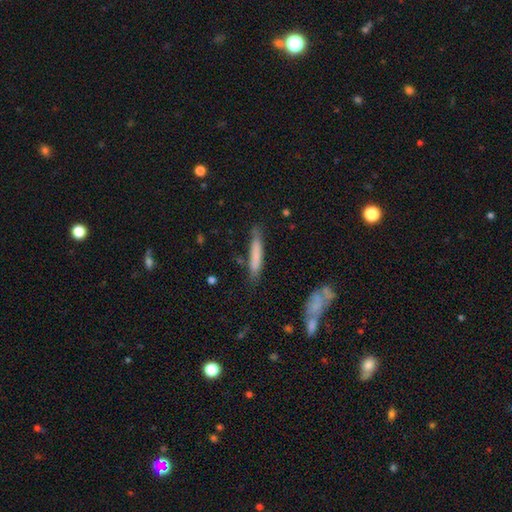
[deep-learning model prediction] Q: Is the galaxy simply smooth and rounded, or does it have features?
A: smooth — 73%.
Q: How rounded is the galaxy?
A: cigar-shaped — 91%.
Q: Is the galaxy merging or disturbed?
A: none — 74%.